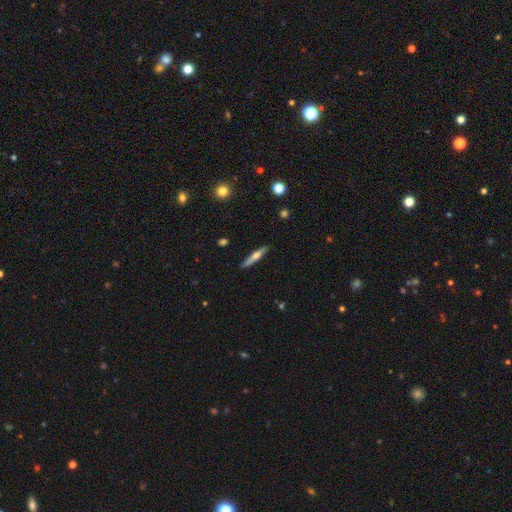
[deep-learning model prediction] smooth_or_featured: smooth (p=0.52) [alt: featured or disk p=0.42]
how_rounded: cigar-shaped (p=0.90) [alt: in between p=0.08]
merging: none (p=0.87) [alt: minor disturbance p=0.10]